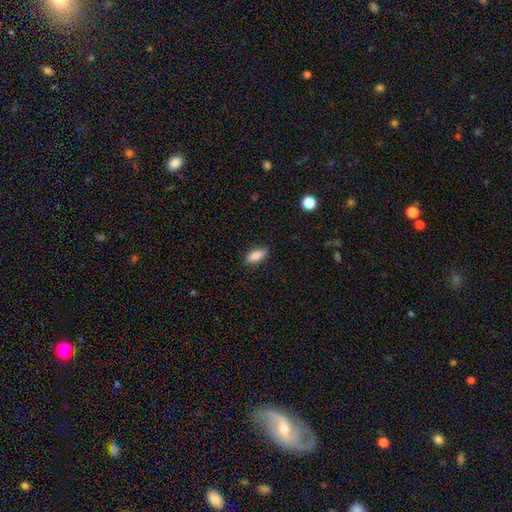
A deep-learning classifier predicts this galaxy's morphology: smooth_or_featured: smooth (p=0.87) [alt: star or artifact p=0.07]
how_rounded: in between (p=0.87) [alt: cigar-shaped p=0.10]
merging: none (p=0.86) [alt: minor disturbance p=0.11]